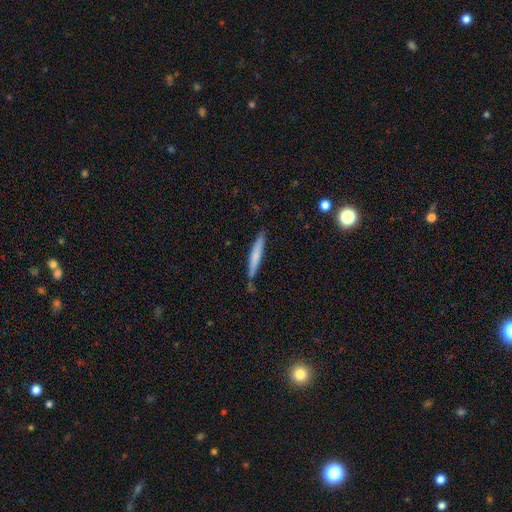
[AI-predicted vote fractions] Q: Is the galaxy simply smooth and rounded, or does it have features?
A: smooth — 64%.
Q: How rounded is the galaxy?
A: cigar-shaped — 95%.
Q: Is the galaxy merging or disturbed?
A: none — 80%.